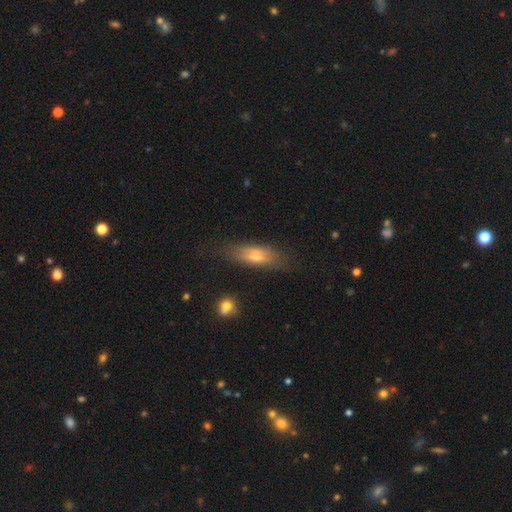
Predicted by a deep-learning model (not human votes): Overall: smooth (59%; featured or disk 33%). How rounded: in between (50%; cigar-shaped 47%). Merging: none (74%).